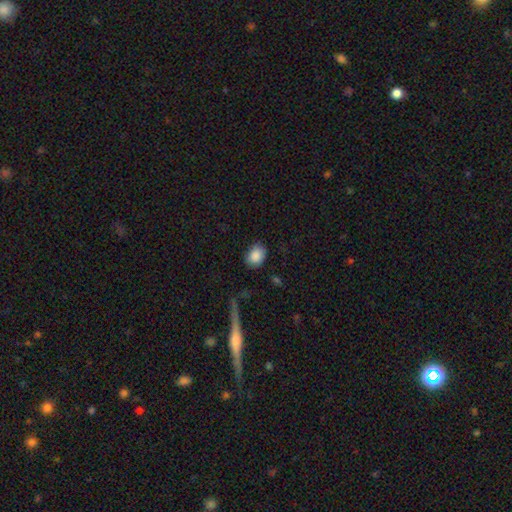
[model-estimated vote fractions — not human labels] Q: Smooth or featured?
A: smooth (87%); runner-up: star or artifact (8%)
Q: How rounded?
A: in between (62%); runner-up: round (37%)
Q: Merging?
A: none (80%); runner-up: minor disturbance (15%)